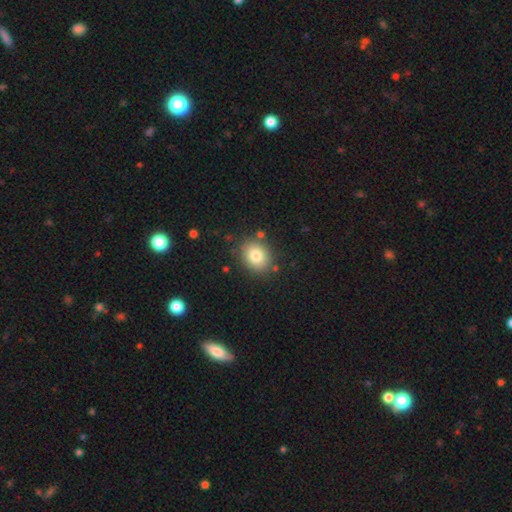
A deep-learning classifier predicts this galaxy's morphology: smooth_or_featured: smooth (p=0.81) [alt: star or artifact p=0.10]
how_rounded: round (p=0.56) [alt: in between p=0.43]
merging: none (p=0.84) [alt: minor disturbance p=0.10]